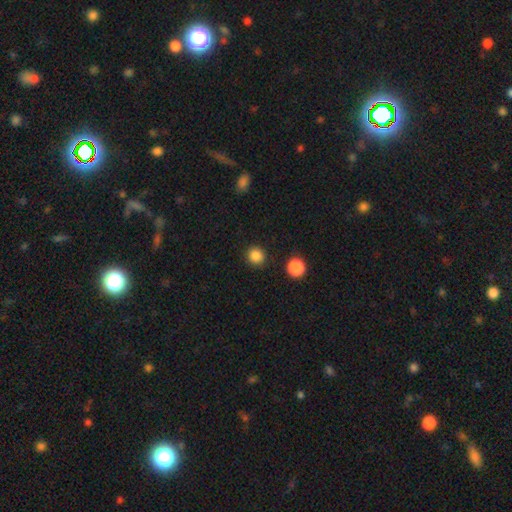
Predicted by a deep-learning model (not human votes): Morphology: type=smooth (85%); roundness=round (91%); merging=none (90%).